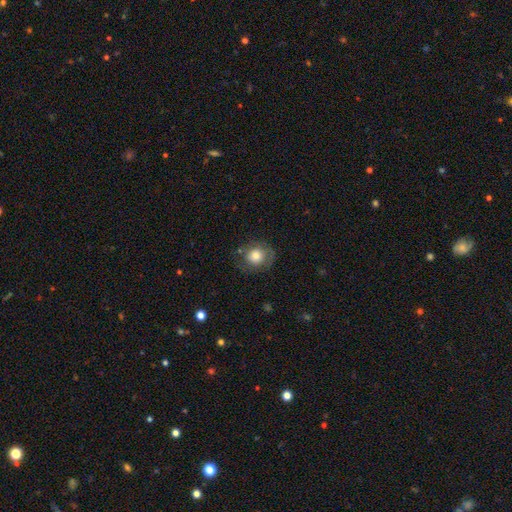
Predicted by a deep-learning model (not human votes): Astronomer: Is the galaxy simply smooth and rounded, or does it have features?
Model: smooth — 71%.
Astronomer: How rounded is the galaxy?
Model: round — 77%.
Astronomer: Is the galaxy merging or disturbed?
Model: none — 67%.